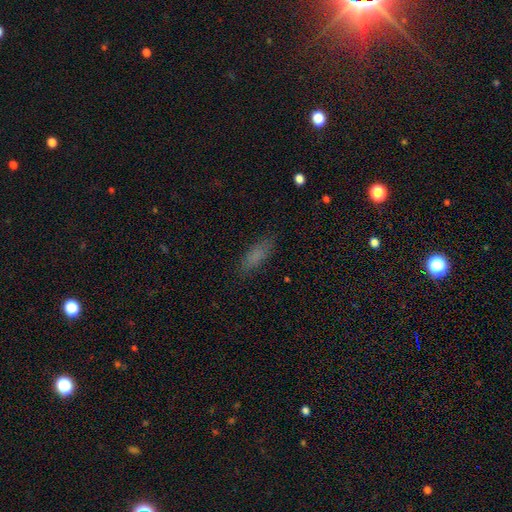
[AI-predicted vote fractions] A smooth galaxy with no disk features (78%) that is in between round and cigar-shaped (59%). Merging: none (82%).